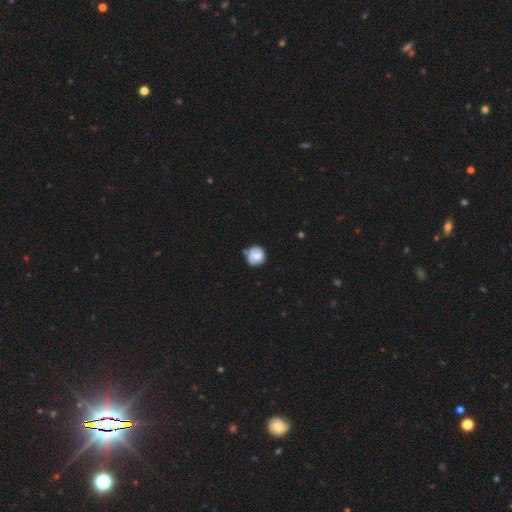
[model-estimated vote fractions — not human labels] smooth_or_featured: smooth (p=0.62) [alt: featured or disk p=0.30]
how_rounded: round (p=0.84) [alt: in between p=0.15]
merging: none (p=0.66) [alt: minor disturbance p=0.24]